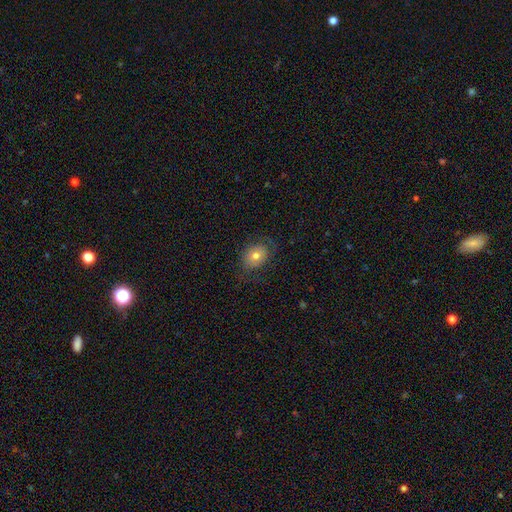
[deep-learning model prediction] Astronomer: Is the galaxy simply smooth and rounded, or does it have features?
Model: smooth — 68%.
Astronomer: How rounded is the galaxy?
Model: in between — 55% (runner-up: round, 44%).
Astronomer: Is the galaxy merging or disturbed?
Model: none — 72%.